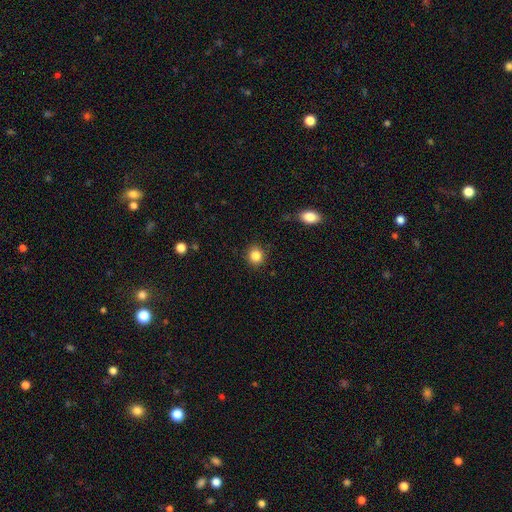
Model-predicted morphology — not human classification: Smooth or featured? smooth (86%)
How rounded? round (86%)
Merging? none (89%)